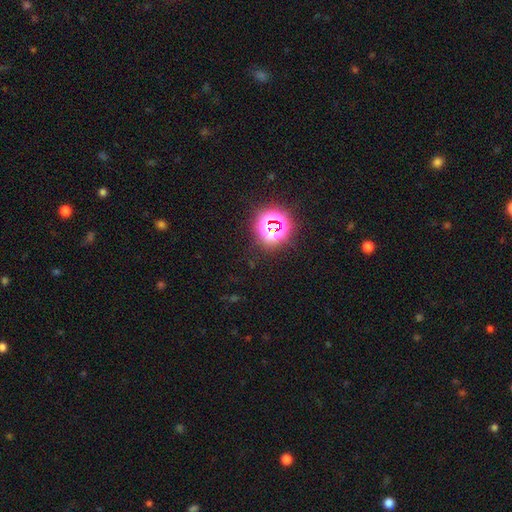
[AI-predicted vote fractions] smooth-or-featured: star or artifact: 79% | smooth: 14% | featured or disk: 7%